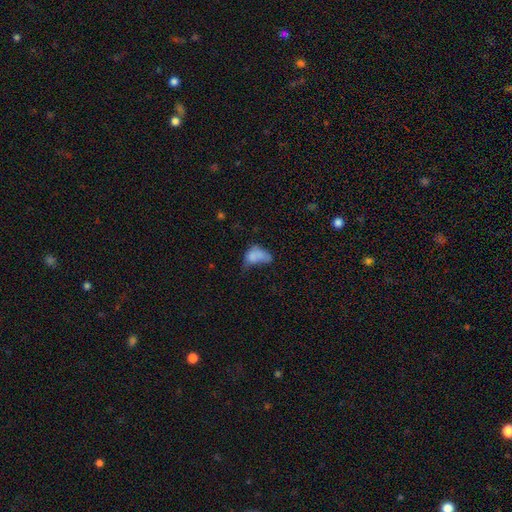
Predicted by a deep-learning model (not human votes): Smooth or featured? smooth (68%)
How rounded? in between (85%)
Merging? major disturbance (39%)